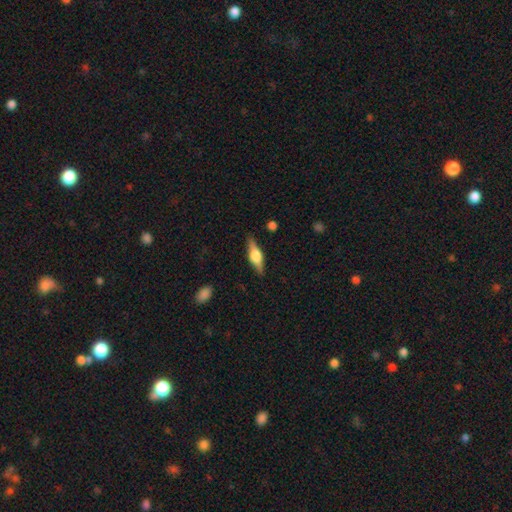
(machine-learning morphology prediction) This appears to be a featured or disk galaxy (58%) viewed edge-on (95%) with a rounded central bulge (88%). Merging: none (87%).